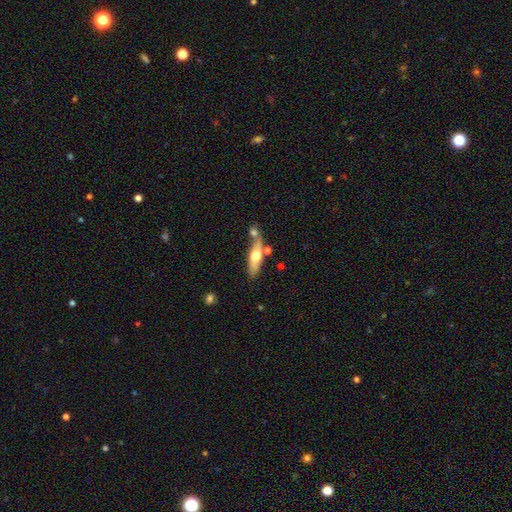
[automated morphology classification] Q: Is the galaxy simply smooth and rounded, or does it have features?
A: smooth — 50%.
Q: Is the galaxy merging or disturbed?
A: none — 59%.